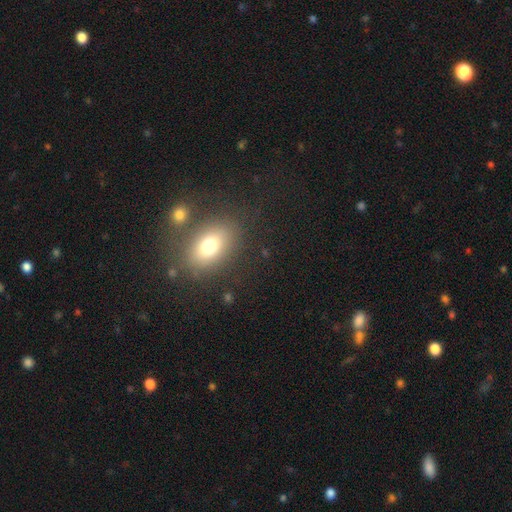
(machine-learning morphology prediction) smooth 65%, star or artifact 22%, featured or disk 13%. Down the decision tree: how rounded — in between (69%); merging — none (79%).